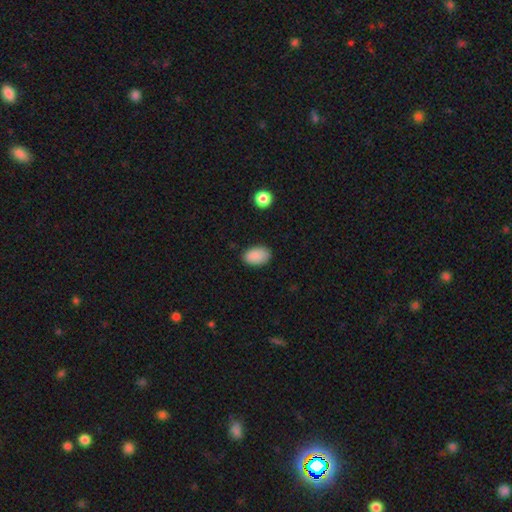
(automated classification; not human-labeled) This appears to be a smooth galaxy with no disk features (89%) that is in between round and cigar-shaped (90%). Merging: none (84%).